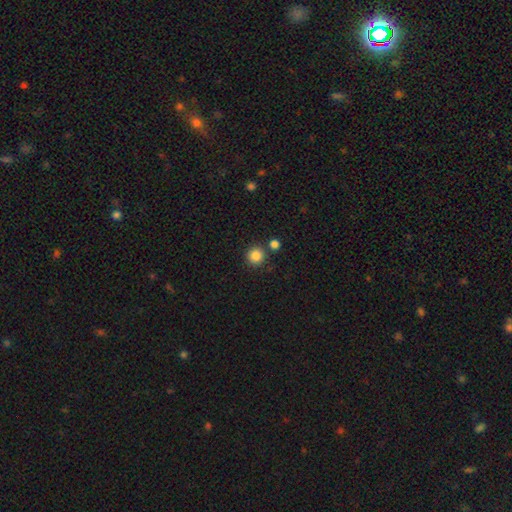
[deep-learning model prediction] A smooth galaxy with no disk features (85%) that is round (94%). Merging: none (83%).